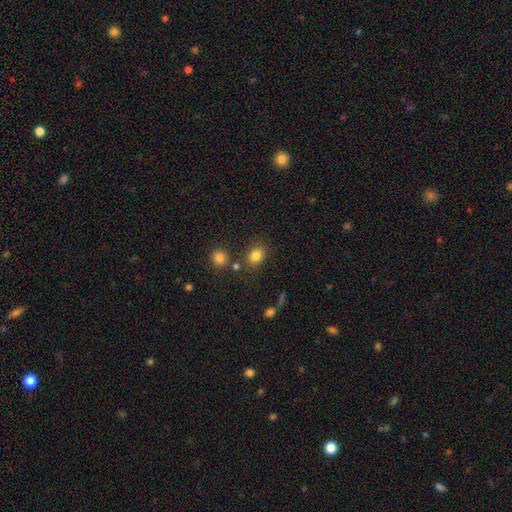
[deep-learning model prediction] Smooth or featured?
  - smooth: 82% *
  - star or artifact: 12%
  - featured or disk: 6%
How rounded?
  - round: 57% *
  - in between: 42%
  - cigar-shaped: 1%
Merging?
  - none: 75% *
  - minor disturbance: 11%
  - merger: 9%
  - major disturbance: 4%